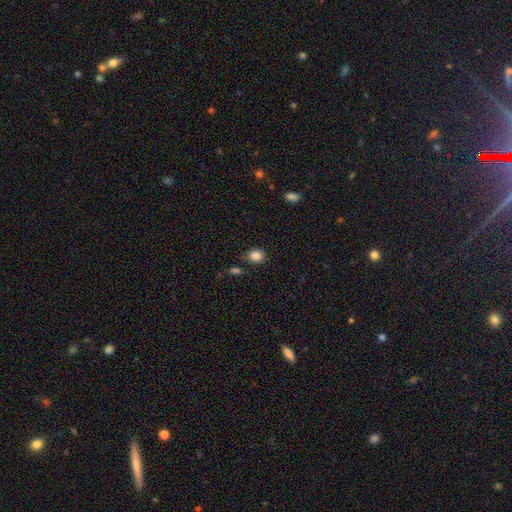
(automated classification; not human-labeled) This appears to be a smooth galaxy with no disk features (86%) that is round (55%). Merging: none (77%).